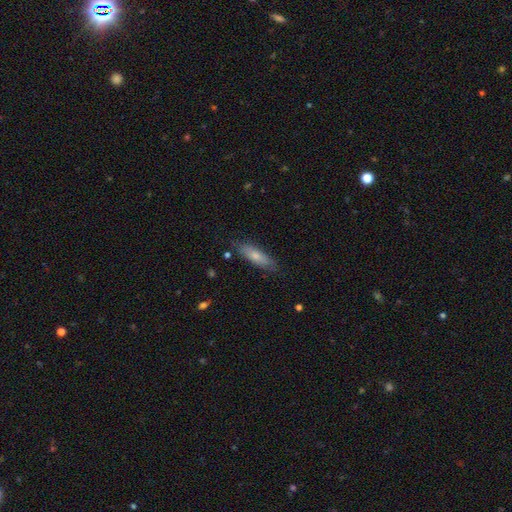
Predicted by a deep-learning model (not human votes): Smooth or featured? Predicted: smooth (p=0.73). How rounded? Predicted: cigar-shaped (p=0.50). Merging? Predicted: none (p=0.79).